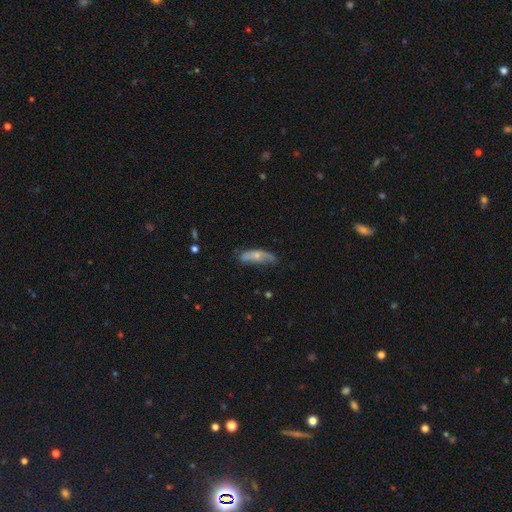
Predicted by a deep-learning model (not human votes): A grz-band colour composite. It shows a smooth galaxy with no disk features (56%) that is in between round and cigar-shaped (56%). Merging: none (44%).